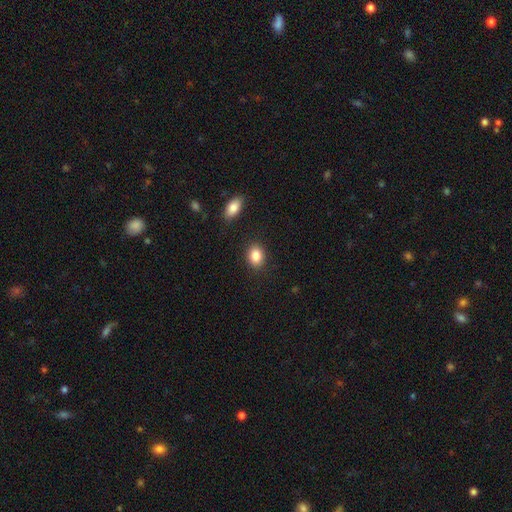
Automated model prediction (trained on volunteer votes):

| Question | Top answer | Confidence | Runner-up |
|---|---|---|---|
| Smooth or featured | smooth | 86% | star or artifact (8%) |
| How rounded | in between | 67% | round (32%) |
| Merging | none | 86% | minor disturbance (9%) |